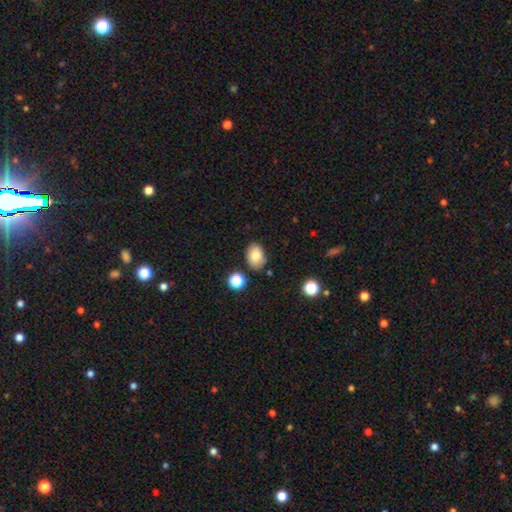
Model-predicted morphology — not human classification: Smooth or featured?
  - smooth: 81% *
  - featured or disk: 10%
  - star or artifact: 9%
How rounded?
  - in between: 82% *
  - round: 17%
  - cigar-shaped: 1%
Merging?
  - none: 81% *
  - minor disturbance: 13%
  - merger: 4%
  - major disturbance: 3%